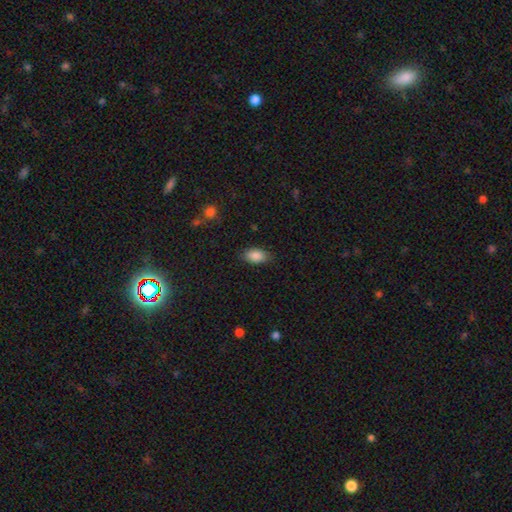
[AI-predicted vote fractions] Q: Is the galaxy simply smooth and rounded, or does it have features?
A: smooth — 88%.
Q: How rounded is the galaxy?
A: in between — 92%.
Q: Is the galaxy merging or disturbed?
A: none — 83%.